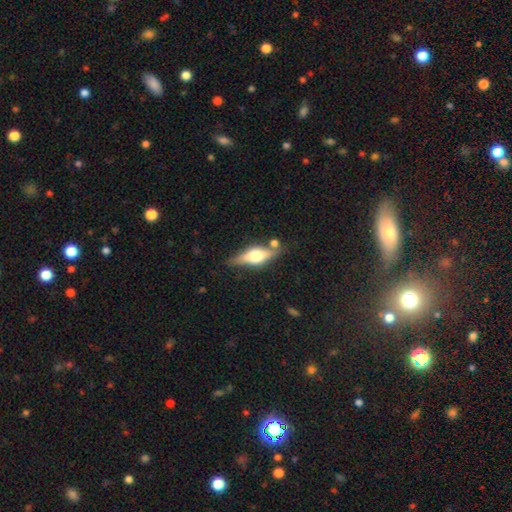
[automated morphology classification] This is likely a featured or disk galaxy (60%). It is clearly viewed edge-on (92%). Edge-on bulge: clearly rounded (92%). Merging: likely none (73%).